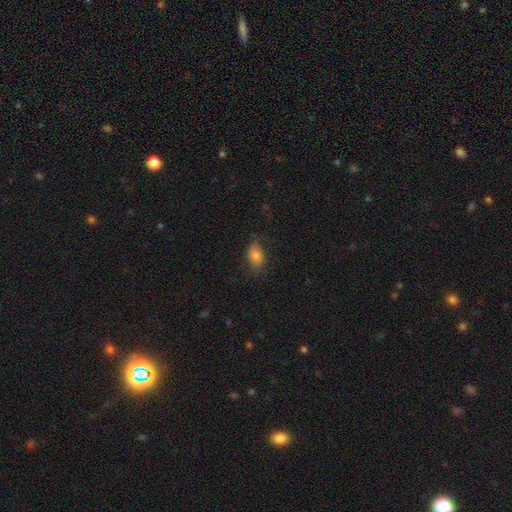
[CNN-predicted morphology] smooth 81%, featured or disk 10%, star or artifact 9%. Down the decision tree: how rounded — in between (85%); merging — none (72%).